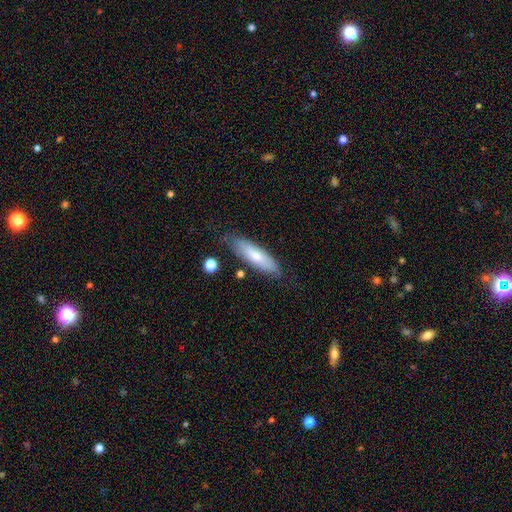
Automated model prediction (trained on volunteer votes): Smooth or featured?
  - smooth: 57% *
  - featured or disk: 32%
  - star or artifact: 11%
How rounded?
  - cigar-shaped: 71% *
  - in between: 27%
  - round: 2%
Merging?
  - none: 80% *
  - minor disturbance: 15%
  - major disturbance: 3%
  - merger: 2%